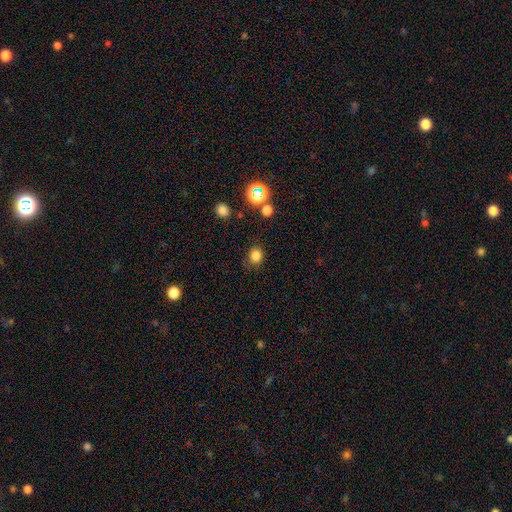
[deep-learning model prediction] Smooth or featured: smooth — 80% (star or artifact — 15%)
How rounded: round — 78% (in between — 21%)
Merging: none — 78% (minor disturbance — 14%)